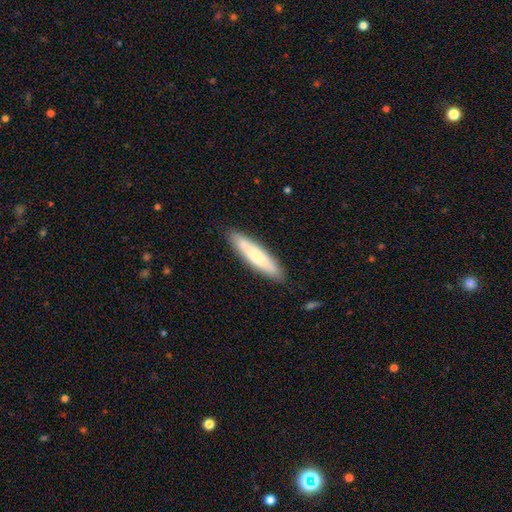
smooth 53%, featured or disk 44%, star or artifact 3%. Down the decision tree: how rounded — cigar-shaped (84%); merging — none (86%).